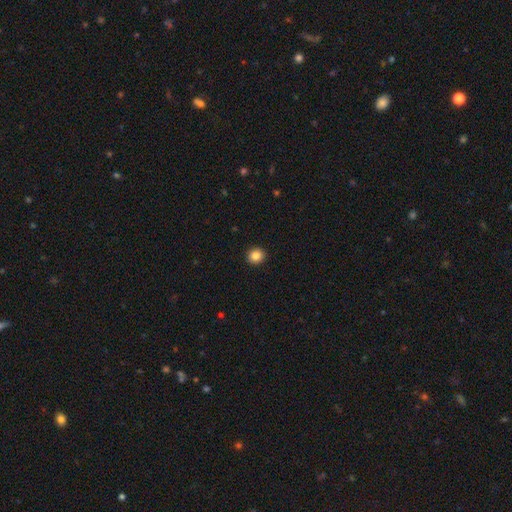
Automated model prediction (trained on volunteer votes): This is clearly a smooth galaxy (86%). How rounded: clearly round (86%). Merging: clearly none (93%).